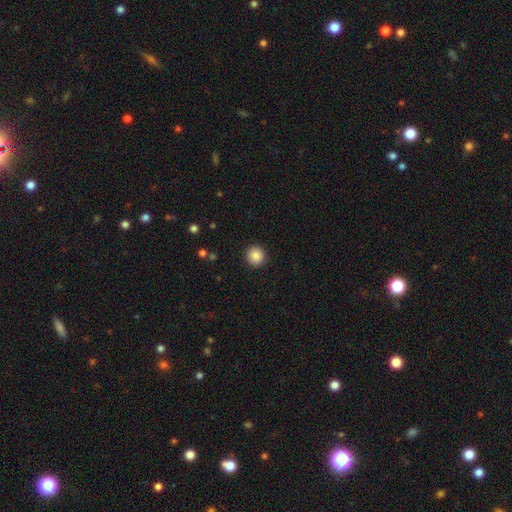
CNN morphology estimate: The model was most divided on "smooth or featured": smooth: 88%, star or artifact: 9%, featured or disk: 4%. More confident: how rounded — round (95%); merging — none (93%).